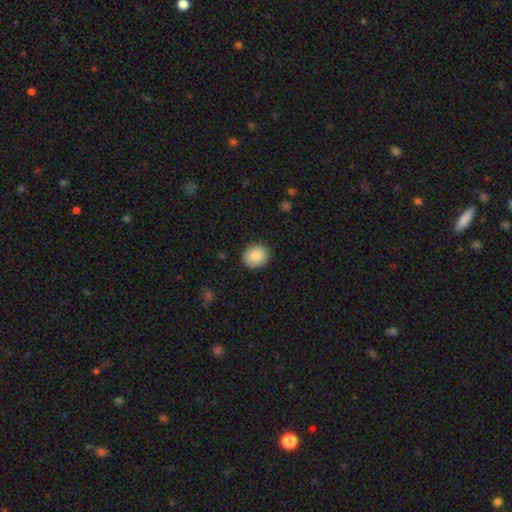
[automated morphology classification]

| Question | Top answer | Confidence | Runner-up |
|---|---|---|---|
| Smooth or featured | smooth | 87% | star or artifact (8%) |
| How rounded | round | 77% | in between (23%) |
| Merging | none | 87% | minor disturbance (10%) |